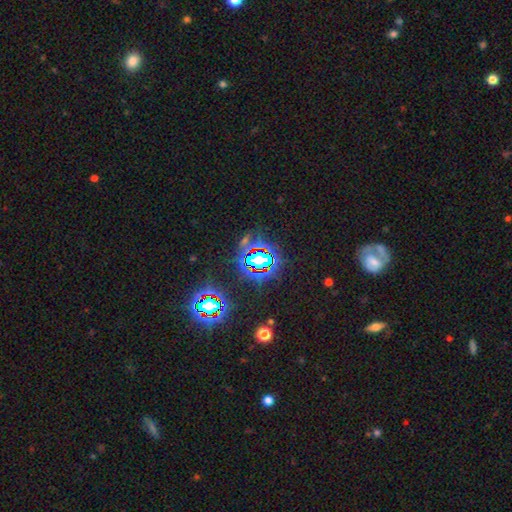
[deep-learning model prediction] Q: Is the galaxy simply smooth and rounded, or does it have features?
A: star or artifact — 79%.